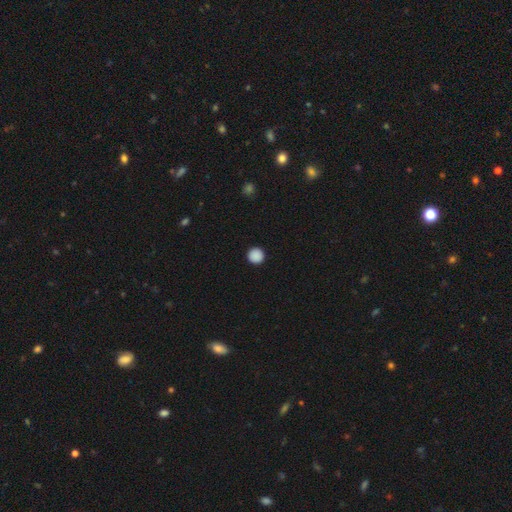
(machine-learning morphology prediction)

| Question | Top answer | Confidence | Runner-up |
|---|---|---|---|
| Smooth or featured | smooth | 89% | star or artifact (9%) |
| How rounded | round | 96% | in between (3%) |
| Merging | none | 94% | minor disturbance (4%) |